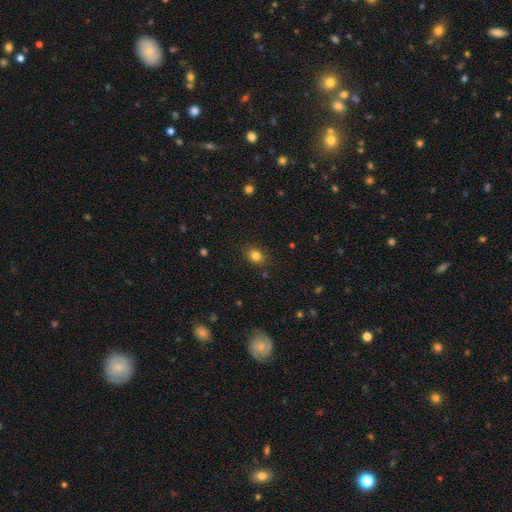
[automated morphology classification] smooth_or_featured: smooth (p=0.82) [alt: star or artifact p=0.12]
how_rounded: round (p=0.58) [alt: in between p=0.41]
merging: none (p=0.87) [alt: minor disturbance p=0.09]